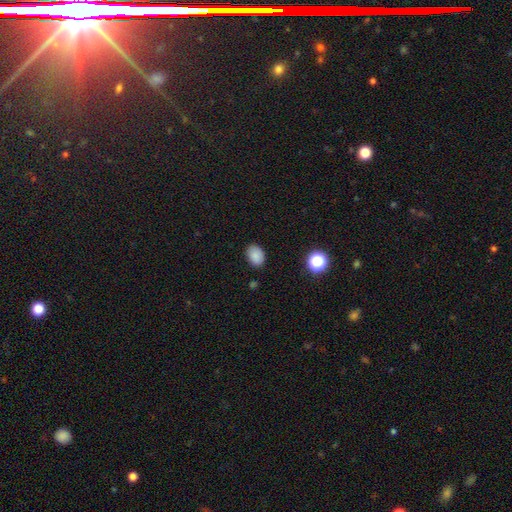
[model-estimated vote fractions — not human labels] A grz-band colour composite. It shows a smooth galaxy with no disk features (85%) that is in between round and cigar-shaped (77%). Merging: none (85%).